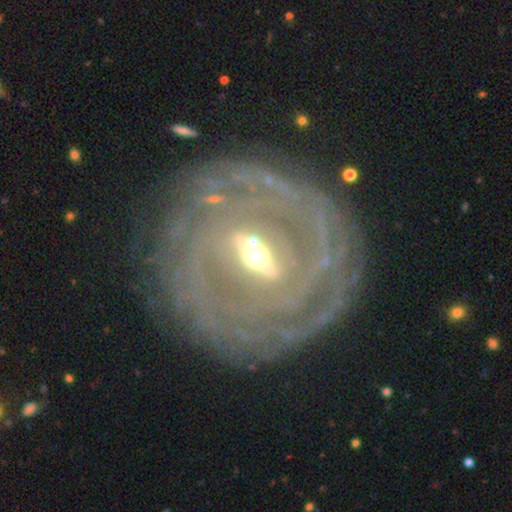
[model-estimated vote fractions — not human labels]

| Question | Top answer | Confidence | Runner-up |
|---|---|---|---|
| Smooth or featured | featured or disk | 88% | smooth (7%) |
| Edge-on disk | no | 92% | yes (8%) |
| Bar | strong | 54% | weak (33%) |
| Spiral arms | yes | 88% | no (12%) |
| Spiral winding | tight | 81% | medium (14%) |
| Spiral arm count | can't tell | 37% | 2 (16%) |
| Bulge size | moderate | 49% | small (44%) |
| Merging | none | 80% | minor disturbance (13%) |